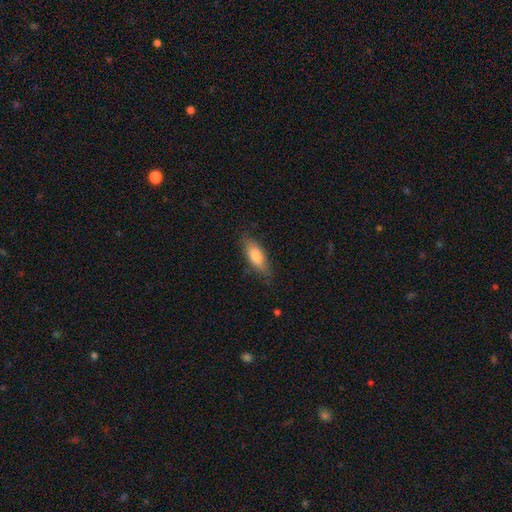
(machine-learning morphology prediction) Smooth or featured? smooth (76%)
How rounded? in between (71%)
Merging? none (77%)